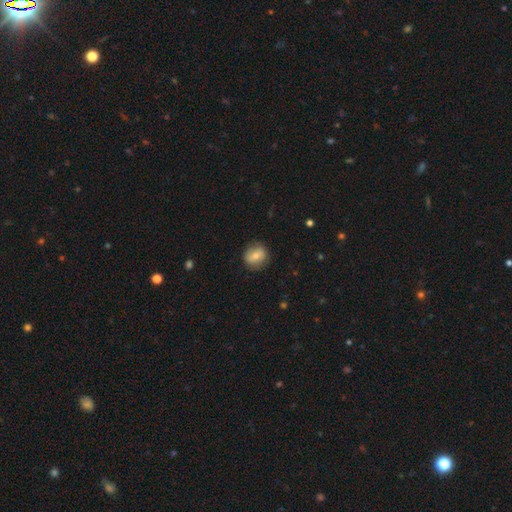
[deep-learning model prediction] smooth-or-featured: smooth: 66% | featured or disk: 26% | star or artifact: 8%
  how-rounded: round: 78% | in between: 21% | cigar-shaped: 1%
  merging: none: 85% | minor disturbance: 11% | major disturbance: 3% | merger: 1%